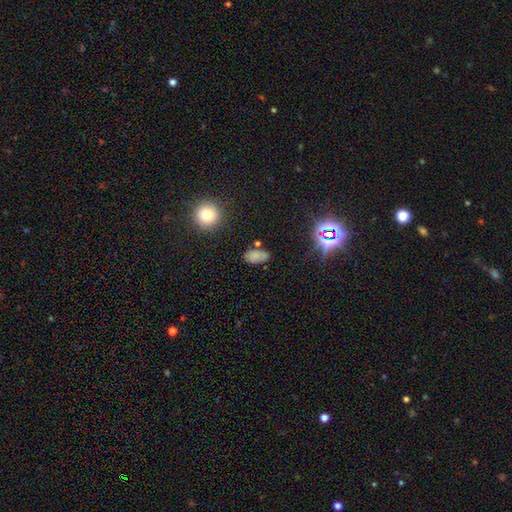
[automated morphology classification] smooth 72%, star or artifact 18%, featured or disk 9%. Down the decision tree: how rounded — in between (90%); merging — none (71%).